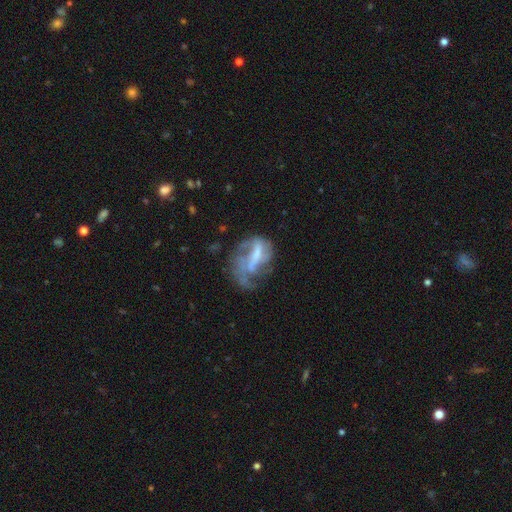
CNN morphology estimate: A featured or disk galaxy (67%) with a weak bar (37%), spiral arms (57%) and no central bulge (35%). Merging: major disturbance (45%).